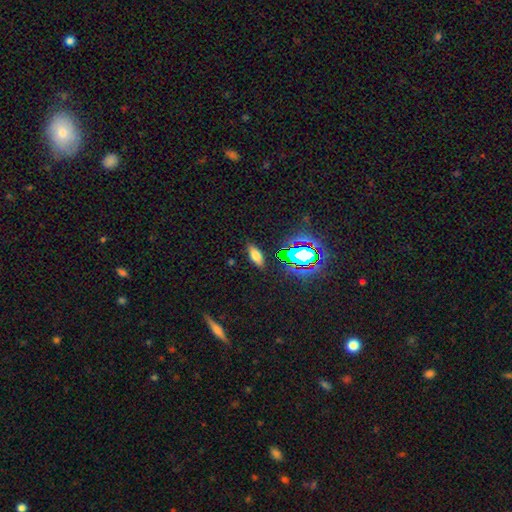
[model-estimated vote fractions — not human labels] Smooth or featured: smooth — 65% (star or artifact — 21%)
How rounded: in between — 77% (cigar-shaped — 18%)
Merging: none — 86% (minor disturbance — 9%)